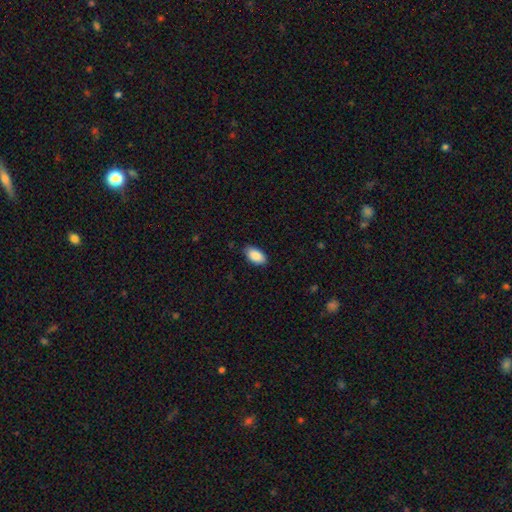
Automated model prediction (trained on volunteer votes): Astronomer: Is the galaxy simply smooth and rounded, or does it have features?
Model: smooth — 90%.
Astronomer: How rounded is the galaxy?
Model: in between — 95%.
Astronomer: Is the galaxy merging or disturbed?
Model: none — 85%.